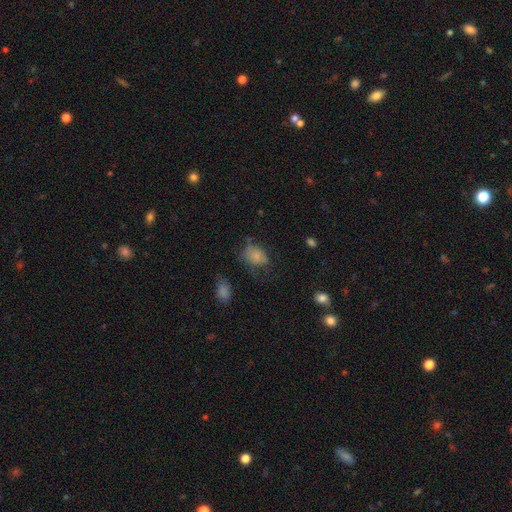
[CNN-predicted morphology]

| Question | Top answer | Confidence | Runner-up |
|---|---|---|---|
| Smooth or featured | smooth | 77% | featured or disk (12%) |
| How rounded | in between | 67% | round (32%) |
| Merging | none | 44% | minor disturbance (31%) |